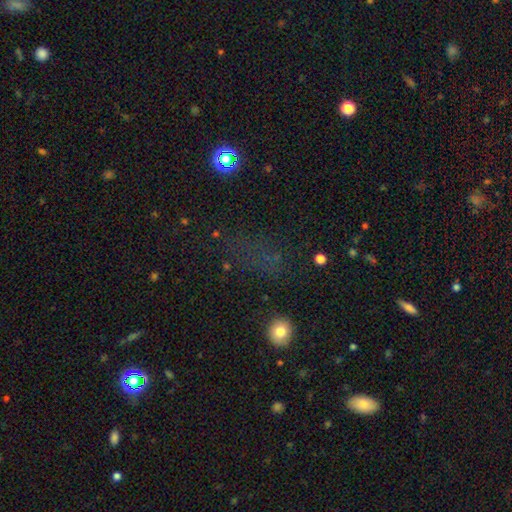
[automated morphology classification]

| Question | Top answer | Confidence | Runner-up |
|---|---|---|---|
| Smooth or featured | star or artifact | 51% | smooth (38%) |